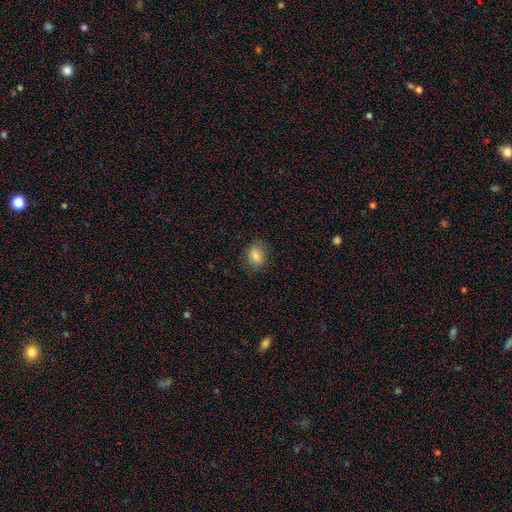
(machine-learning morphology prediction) Smooth or featured? Predicted: smooth (p=0.84). How rounded? Predicted: in between (p=0.59). Merging? Predicted: none (p=0.80).